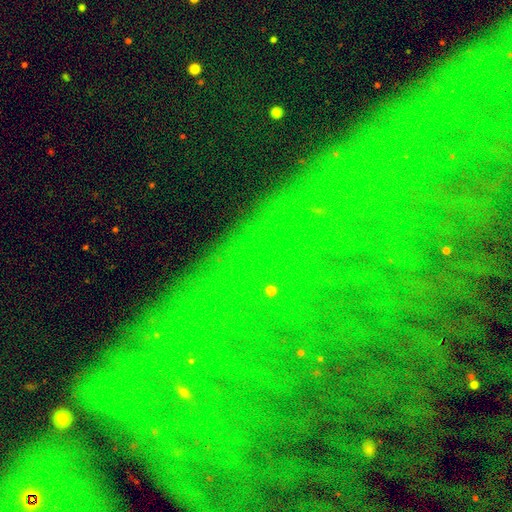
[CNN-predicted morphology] smooth-or-featured: star or artifact: 83% | featured or disk: 9% | smooth: 8%